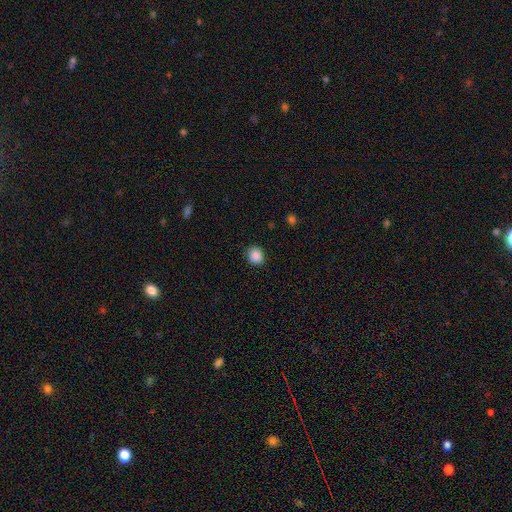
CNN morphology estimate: This is clearly a smooth galaxy (88%). How rounded: clearly round (80%). Merging: clearly none (88%).